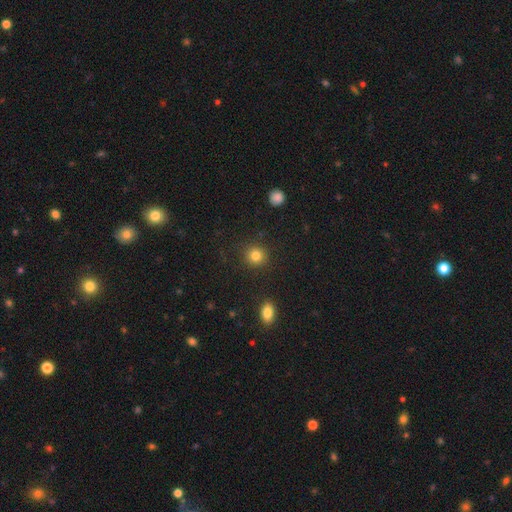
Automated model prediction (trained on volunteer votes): Smooth or featured?
  - smooth: 83% *
  - star or artifact: 11%
  - featured or disk: 6%
How rounded?
  - round: 90% *
  - in between: 9%
  - cigar-shaped: 1%
Merging?
  - none: 90% *
  - minor disturbance: 6%
  - major disturbance: 3%
  - merger: 2%